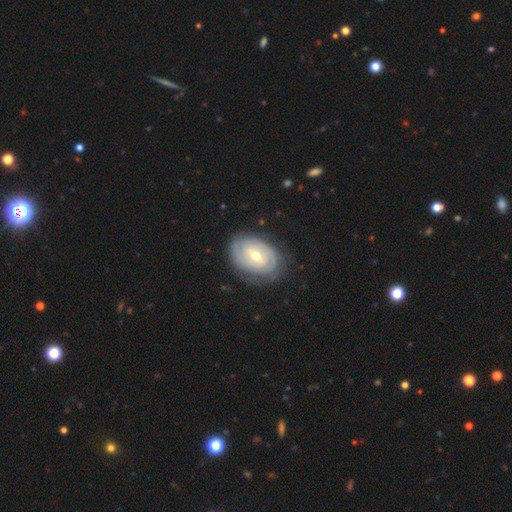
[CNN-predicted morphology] Smooth or featured: featured or disk — 80% (smooth — 15%)
Edge-on disk: no — 96% (yes — 4%)
Bar: weak — 51% (no — 33%)
Spiral arms: yes — 91% (no — 9%)
Spiral winding: tight — 76% (medium — 19%)
Spiral arm count: 2 — 43% (can't tell — 33%)
Bulge size: moderate — 63% (small — 33%)
Merging: none — 79% (minor disturbance — 15%)